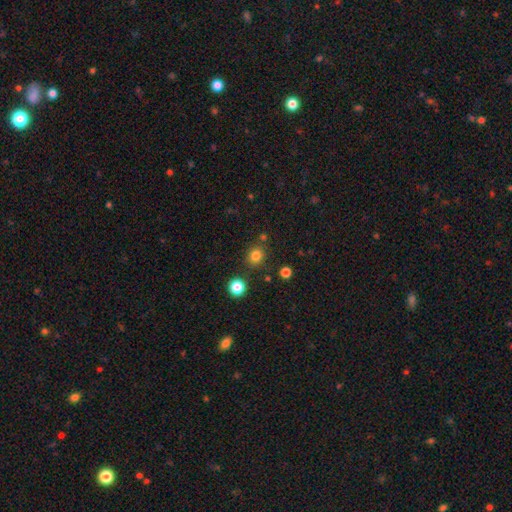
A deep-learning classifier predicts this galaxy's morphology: The model was most divided on "how rounded": round: 79%, in between: 20%, cigar-shaped: 1%. More confident: merging — none (81%); smooth or featured — smooth (80%).